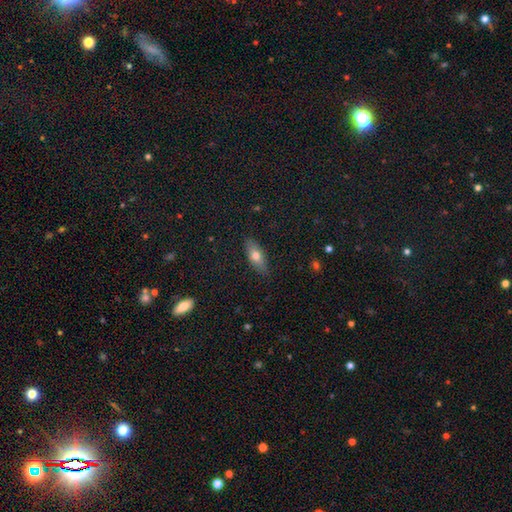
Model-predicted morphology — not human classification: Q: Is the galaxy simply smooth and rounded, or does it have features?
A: smooth — 69%.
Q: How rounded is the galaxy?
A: in between — 76%.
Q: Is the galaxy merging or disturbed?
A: none — 86%.